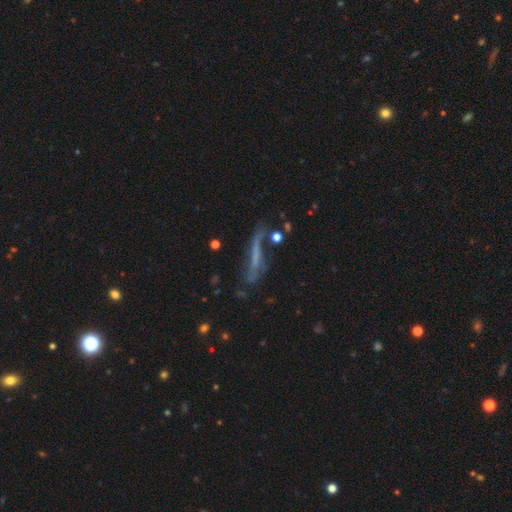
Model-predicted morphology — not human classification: Smooth or featured: featured or disk — 53% (smooth — 33%)
Edge-on disk: yes — 59% (no — 41%)
Merging: none — 50% (minor disturbance — 24%)